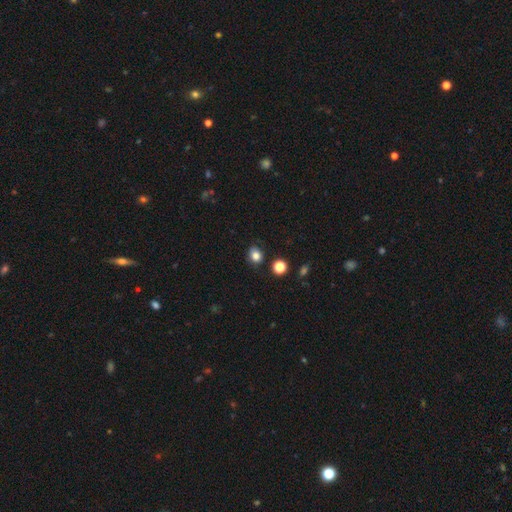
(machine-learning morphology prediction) smooth 81%, star or artifact 12%, featured or disk 6%. Down the decision tree: how rounded — round (63%); merging — none (81%).